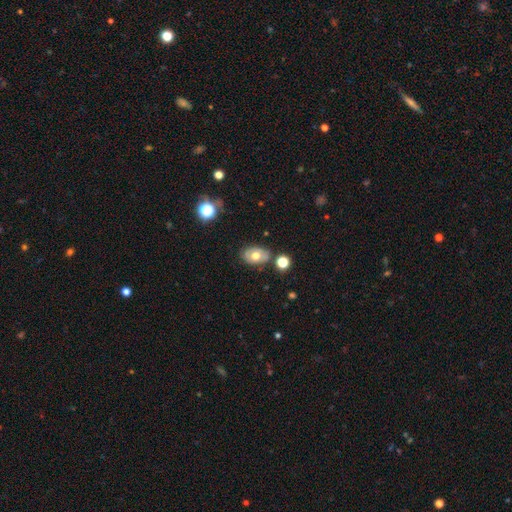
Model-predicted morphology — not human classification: A smooth galaxy with no disk features (57%) that is in between round and cigar-shaped (81%).

Vote fractions:
- Smooth or featured? smooth: 57% / featured or disk: 34% / star or artifact: 10%
- How rounded? in between: 81% / round: 18% / cigar-shaped: 1%
- Merging? none: 72% / minor disturbance: 16% / merger: 8% / major disturbance: 4%